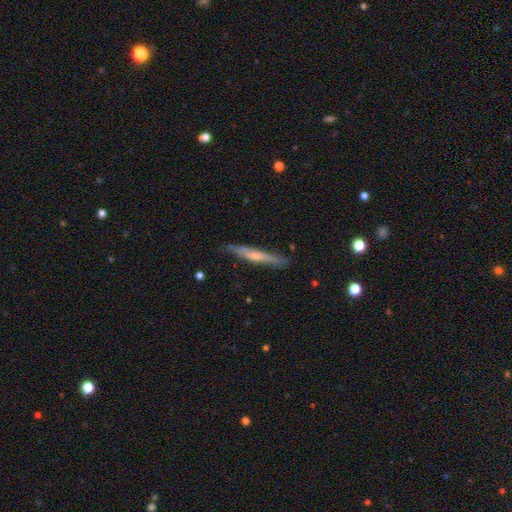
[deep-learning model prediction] smooth_or_featured: featured or disk (p=0.51) [alt: smooth p=0.43]
disk_edge_on: yes (p=0.93) [alt: no p=0.07]
merging: none (p=0.83) [alt: minor disturbance p=0.14]